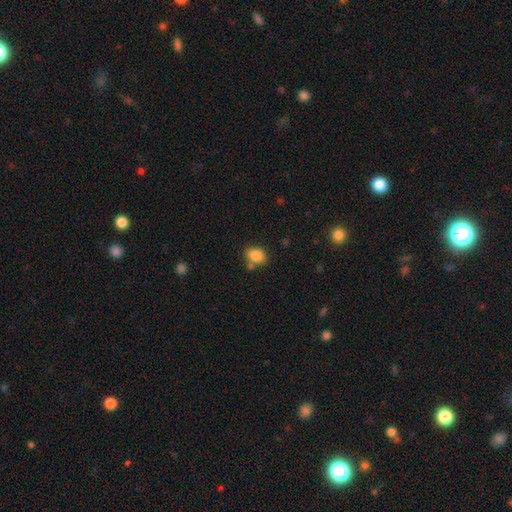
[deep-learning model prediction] smooth 85%, star or artifact 9%, featured or disk 6%. Down the decision tree: how rounded — in between (75%); merging — none (63%).